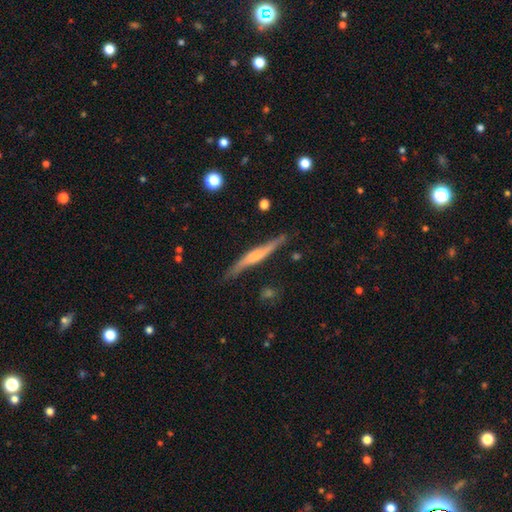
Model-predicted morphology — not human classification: Smooth or featured? Predicted: featured or disk (p=0.62). Edge-on disk? Predicted: yes (p=0.93). Edge-on bulge? Predicted: rounded (p=0.55). Merging? Predicted: none (p=0.79).